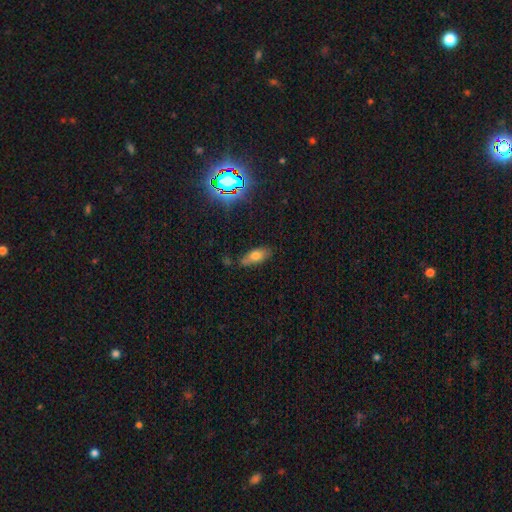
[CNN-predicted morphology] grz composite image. It shows a smooth galaxy with no disk features (68%) that is in between round and cigar-shaped (77%). Merging: none (67%).